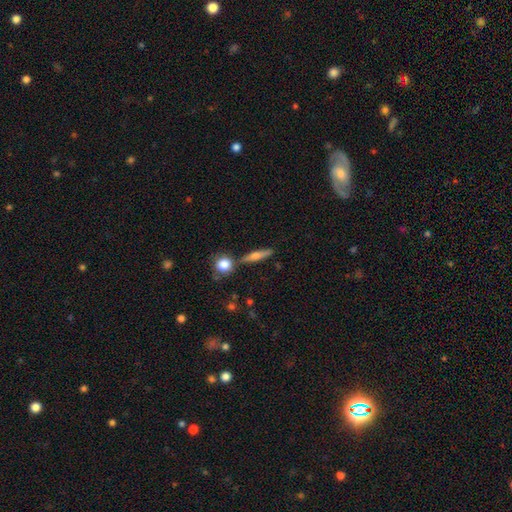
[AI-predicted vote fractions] Smooth or featured?
  - featured or disk: 51% *
  - smooth: 38%
  - star or artifact: 11%
Edge-on disk?
  - yes: 90% *
  - no: 10%
Merging?
  - none: 79% *
  - minor disturbance: 10%
  - merger: 8%
  - major disturbance: 3%